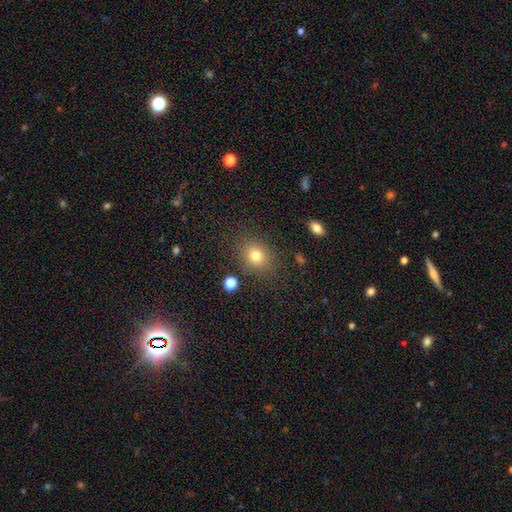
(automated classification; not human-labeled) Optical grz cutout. It shows a smooth galaxy with no disk features (78%) that is round (65%). Merging: none (82%).